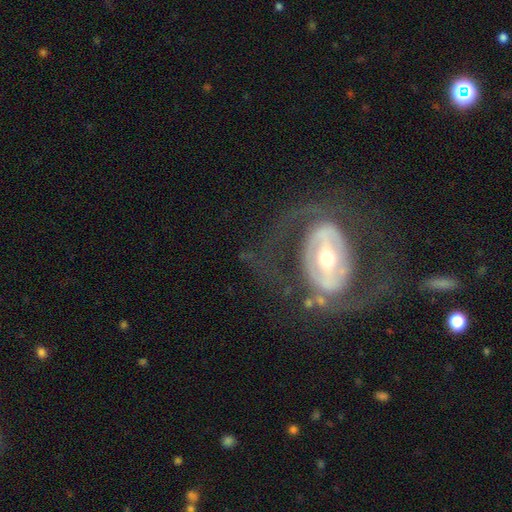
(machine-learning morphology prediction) The model was most divided on "spiral winding": medium: 42%, tight: 30%, loose: 28%. Remaining: edge-on disk — no (94%); smooth or featured — featured or disk (82%); spiral arm count — 2 (78%); spiral arms — yes (66%); merging — none (61%); bulge size — moderate (61%); bar — strong (45%).